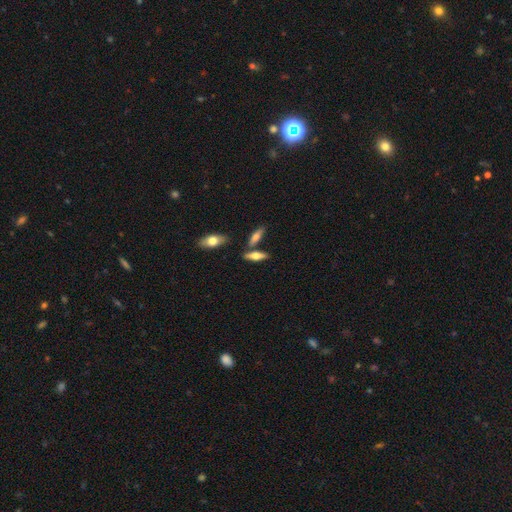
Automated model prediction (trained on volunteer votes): A smooth galaxy with no disk features (56%) that is in between round and cigar-shaped (50%).

Vote fractions:
- Smooth or featured? smooth: 56% / featured or disk: 37% / star or artifact: 6%
- How rounded? in between: 50% / cigar-shaped: 47% / round: 3%
- Merging? none: 69% / merger: 16% / minor disturbance: 12% / major disturbance: 3%